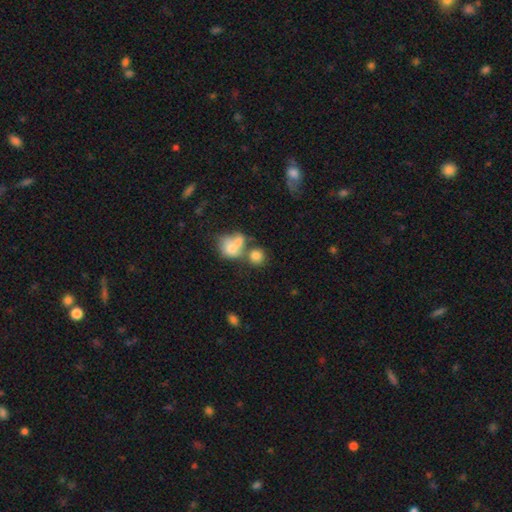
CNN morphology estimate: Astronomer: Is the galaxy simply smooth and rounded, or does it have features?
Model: smooth — 77%.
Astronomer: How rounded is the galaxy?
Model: round — 80%.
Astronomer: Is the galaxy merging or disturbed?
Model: none — 44% (runner-up: merger, 42%).